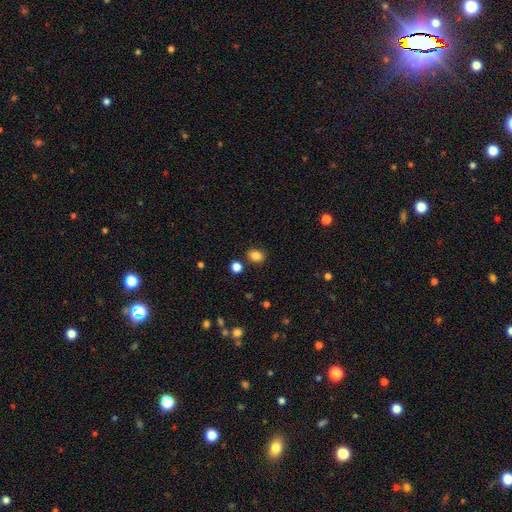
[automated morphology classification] Smooth or featured? Predicted: smooth (p=0.84). How rounded? Predicted: round (p=0.52). Merging? Predicted: none (p=0.83).